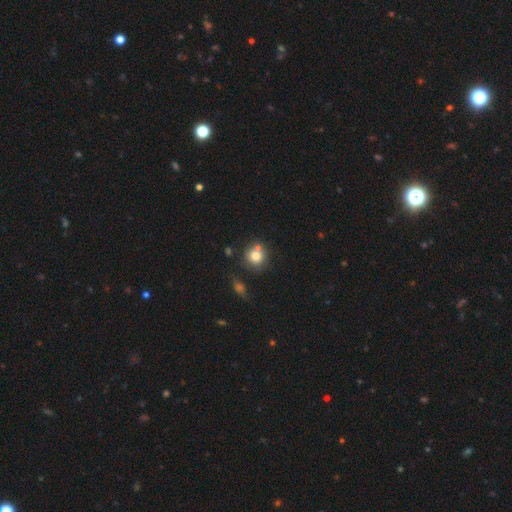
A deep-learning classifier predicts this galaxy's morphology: smooth 77%, featured or disk 12%, star or artifact 10%. Down the decision tree: how rounded — round (88%); merging — none (62%).